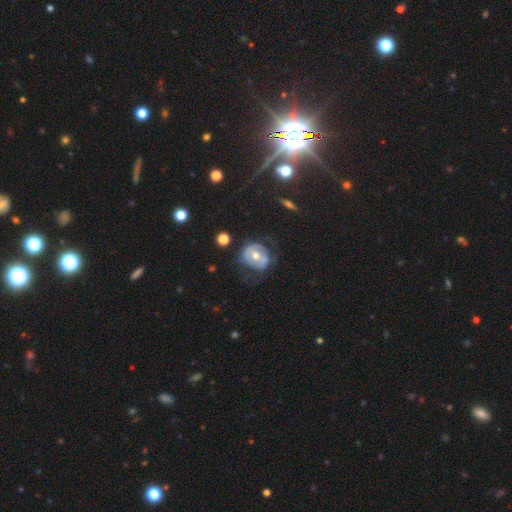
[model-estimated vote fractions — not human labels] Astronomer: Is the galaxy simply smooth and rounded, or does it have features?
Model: featured or disk — 55% (runner-up: smooth, 37%).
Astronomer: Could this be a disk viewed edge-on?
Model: no — 95%.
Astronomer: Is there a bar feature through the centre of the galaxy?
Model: no — 54%.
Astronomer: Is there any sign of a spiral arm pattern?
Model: no — 69%.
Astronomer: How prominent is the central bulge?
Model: moderate — 74%.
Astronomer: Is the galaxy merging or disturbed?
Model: none — 56%.